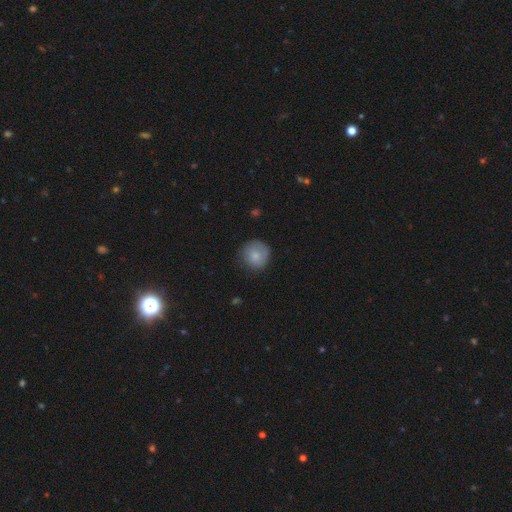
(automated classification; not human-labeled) This appears to be a smooth galaxy with no disk features (79%) that is round (91%). Merging: none (75%).